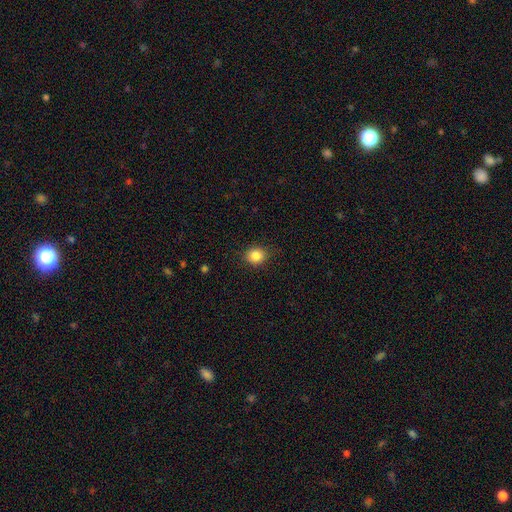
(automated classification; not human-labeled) Overall: smooth (85%). How rounded: round (74%). Merging: none (86%).